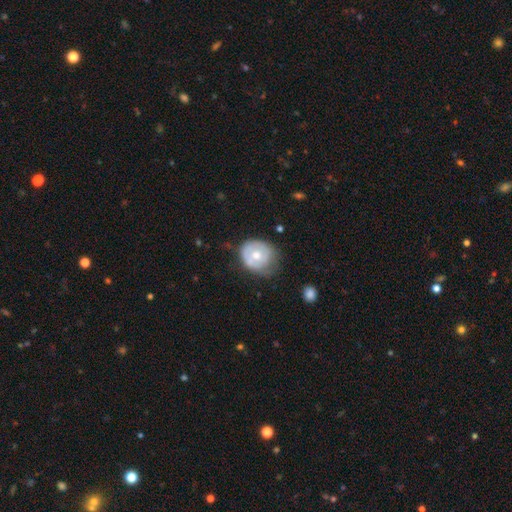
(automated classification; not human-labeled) The model was most divided on "smooth or featured": smooth: 50%, featured or disk: 44%, star or artifact: 6%. Remaining: merging — none (46%).